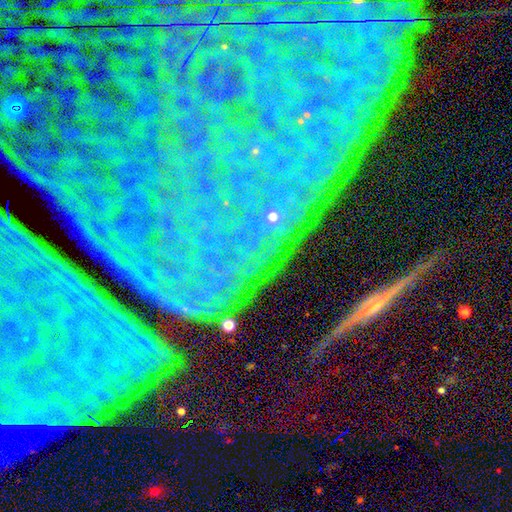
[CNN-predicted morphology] Smooth or featured? star or artifact (71%)